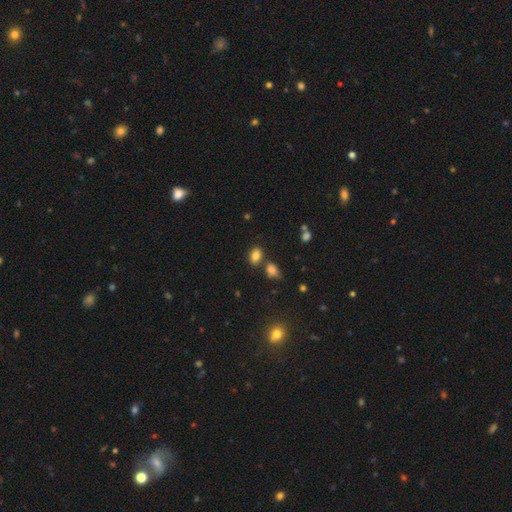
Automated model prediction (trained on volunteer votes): Smooth or featured? Predicted: smooth (p=0.83). How rounded? Predicted: in between (p=0.82). Merging? Predicted: none (p=0.66).